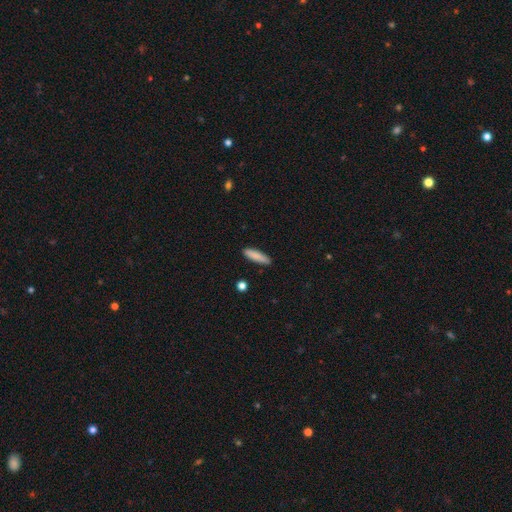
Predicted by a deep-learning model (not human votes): smooth_or_featured: smooth (p=0.85) [alt: featured or disk p=0.08]
how_rounded: cigar-shaped (p=0.72) [alt: in between p=0.26]
merging: none (p=0.87) [alt: minor disturbance p=0.09]